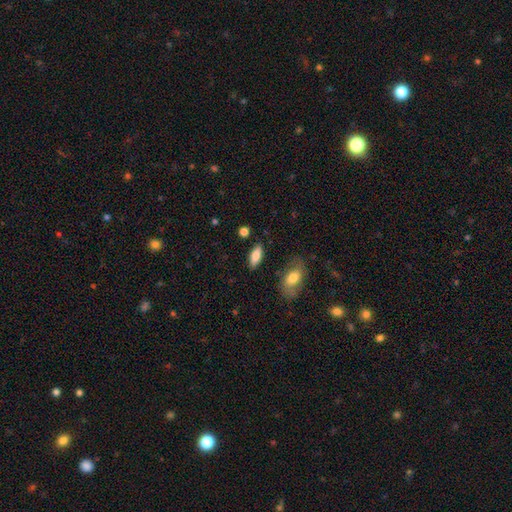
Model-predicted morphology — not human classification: Overall: smooth (81%). How rounded: in between (79%). Merging: none (84%).